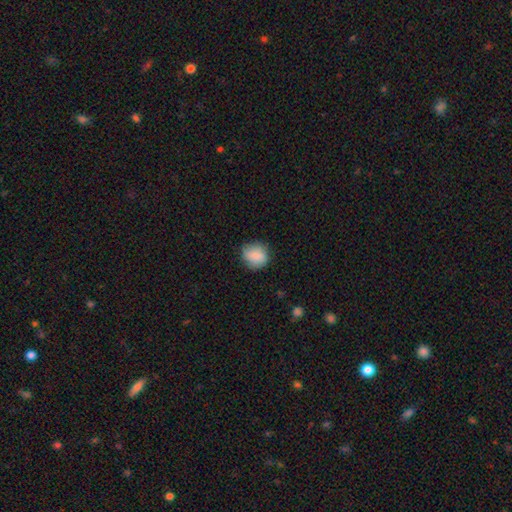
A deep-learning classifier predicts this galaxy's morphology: Smooth or featured: smooth — 84% (featured or disk — 9%)
How rounded: round — 79% (in between — 19%)
Merging: none — 78% (minor disturbance — 17%)